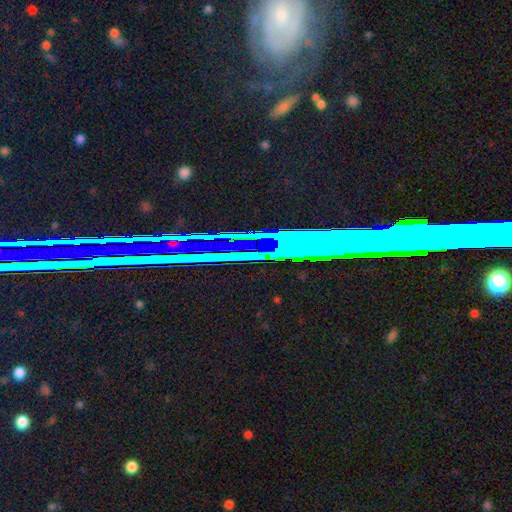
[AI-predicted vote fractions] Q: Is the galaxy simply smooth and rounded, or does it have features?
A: star or artifact — 60%.